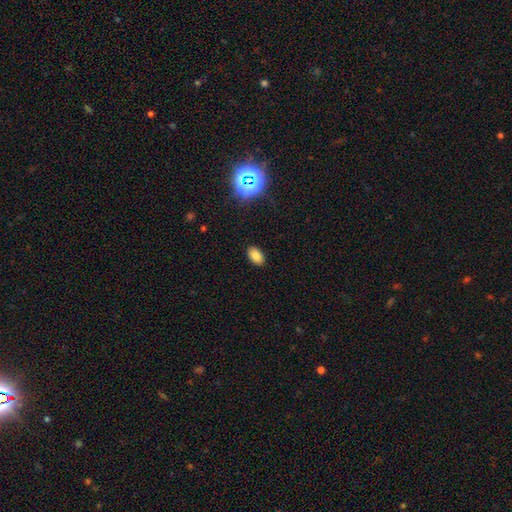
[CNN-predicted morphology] Smooth or featured?
  - smooth: 81% *
  - star or artifact: 14%
  - featured or disk: 5%
How rounded?
  - in between: 91% *
  - round: 7%
  - cigar-shaped: 1%
Merging?
  - none: 89% *
  - minor disturbance: 8%
  - major disturbance: 2%
  - merger: 1%